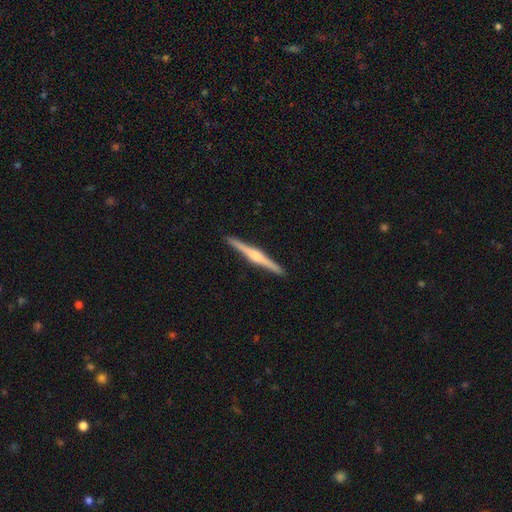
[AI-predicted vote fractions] This is likely a featured or disk galaxy (79%). It is clearly viewed edge-on (99%). Edge-on bulge: clearly rounded (84%). Merging: clearly none (93%).